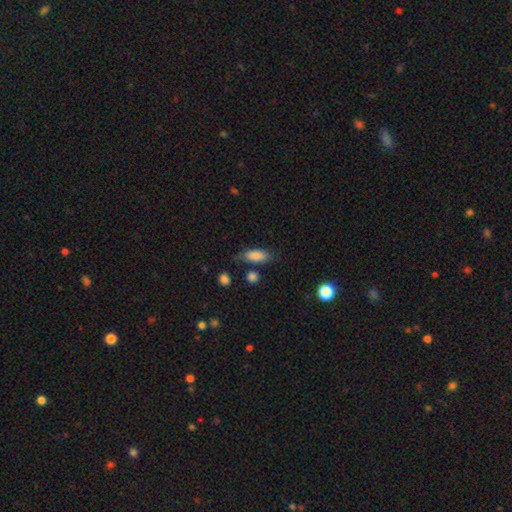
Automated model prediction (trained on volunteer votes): smooth 85%, featured or disk 8%, star or artifact 7%. Down the decision tree: how rounded — in between (79%); merging — none (67%).